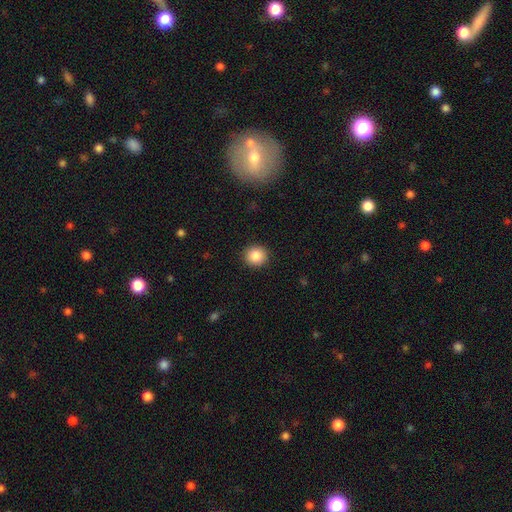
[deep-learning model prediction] Overall: smooth (87%). How rounded: round (90%). Merging: none (91%).